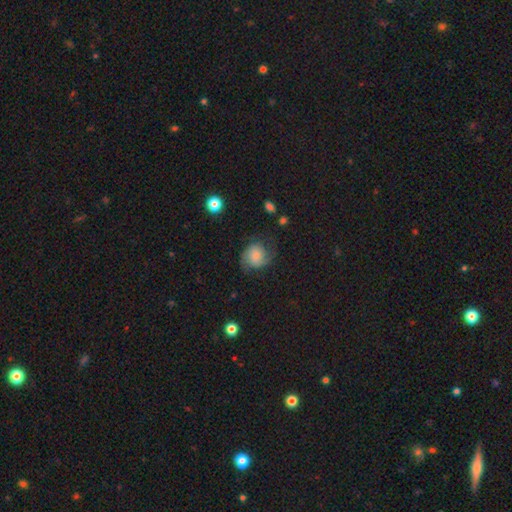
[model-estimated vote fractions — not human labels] A smooth galaxy with no disk features (48%). Merging: none (61%).